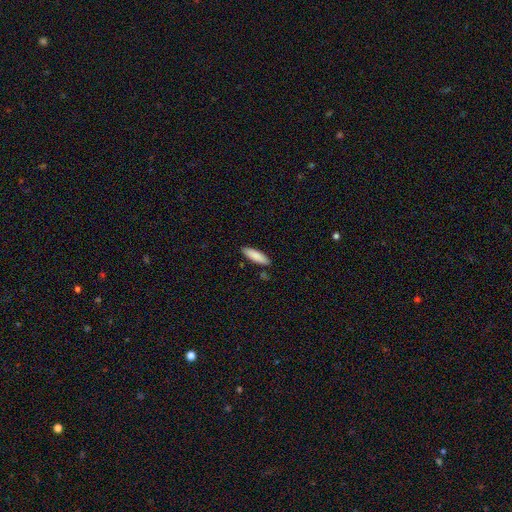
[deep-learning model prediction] Morphology: type=smooth (87%); roundness=cigar-shaped (58%); merging=none (87%).